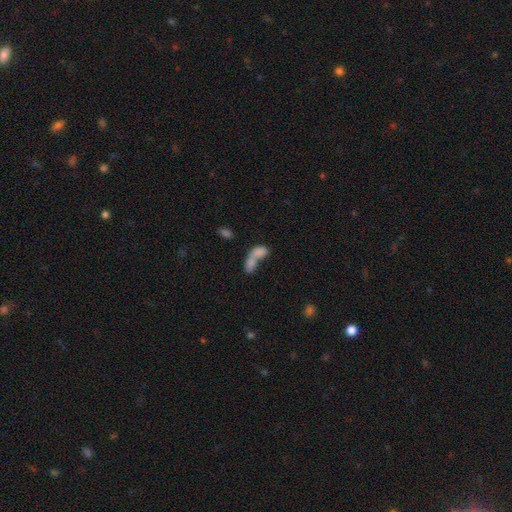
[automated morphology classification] Smooth or featured?
  - smooth: 72% *
  - featured or disk: 17%
  - star or artifact: 11%
How rounded?
  - in between: 79% *
  - round: 12%
  - cigar-shaped: 8%
Merging?
  - merger: 74% *
  - none: 15%
  - major disturbance: 6%
  - minor disturbance: 5%